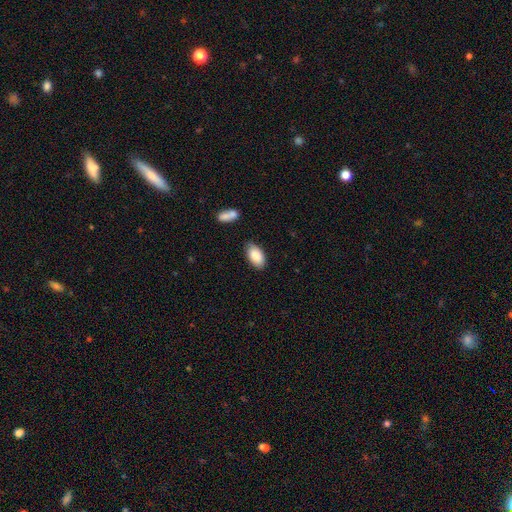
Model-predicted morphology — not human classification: Smooth or featured? smooth (87%)
How rounded? in between (94%)
Merging? none (80%)